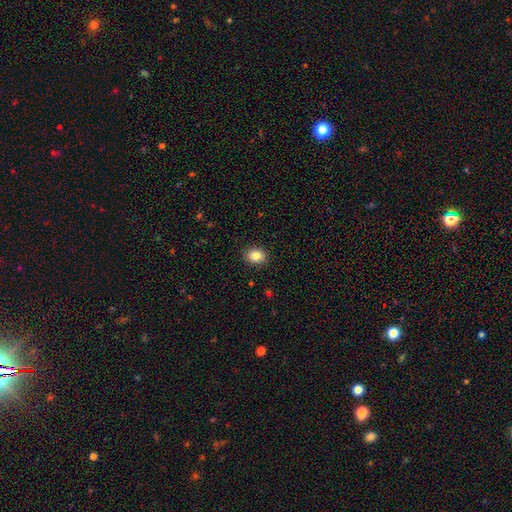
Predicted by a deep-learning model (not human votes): Overall: smooth (84%). How rounded: round (53%; in between 46%). Merging: none (90%).